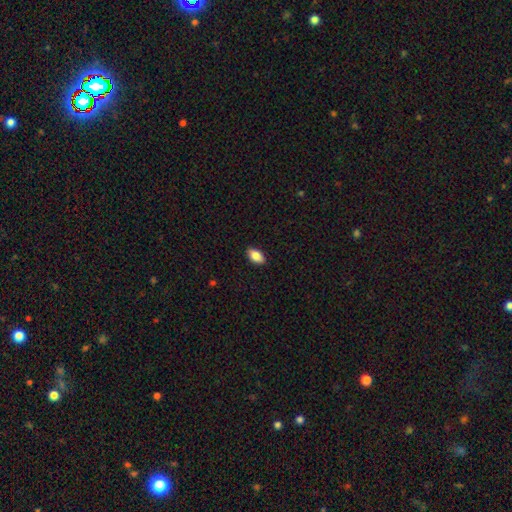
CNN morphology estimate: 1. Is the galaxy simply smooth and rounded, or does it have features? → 85% smooth, 8% featured or disk, 7% star or artifact.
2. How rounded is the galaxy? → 92% in between, 5% round, 3% cigar-shaped.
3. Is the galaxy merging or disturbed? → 89% none, 8% minor disturbance, 2% major disturbance, 1% merger.